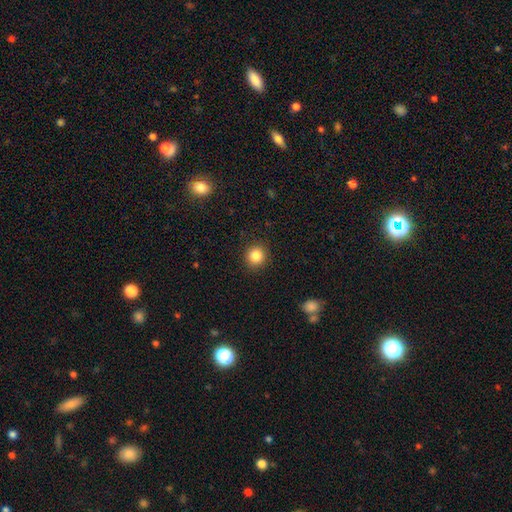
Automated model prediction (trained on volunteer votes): Smooth or featured: smooth — 84% (star or artifact — 11%)
How rounded: round — 91% (in between — 8%)
Merging: none — 91% (minor disturbance — 6%)